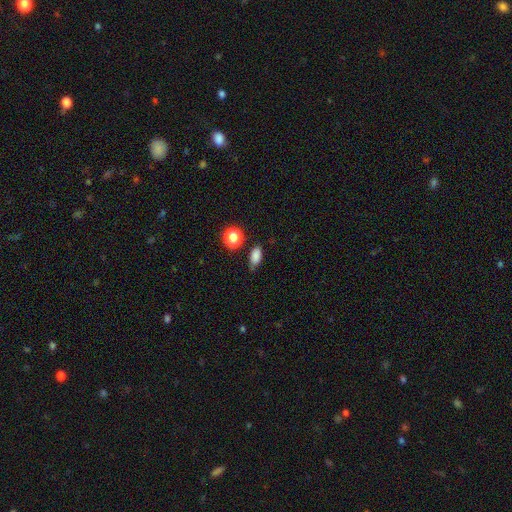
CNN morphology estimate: Smooth or featured?
  - smooth: 83% *
  - star or artifact: 11%
  - featured or disk: 5%
How rounded?
  - in between: 83% *
  - round: 12%
  - cigar-shaped: 6%
Merging?
  - none: 69% *
  - minor disturbance: 23%
  - major disturbance: 5%
  - merger: 4%